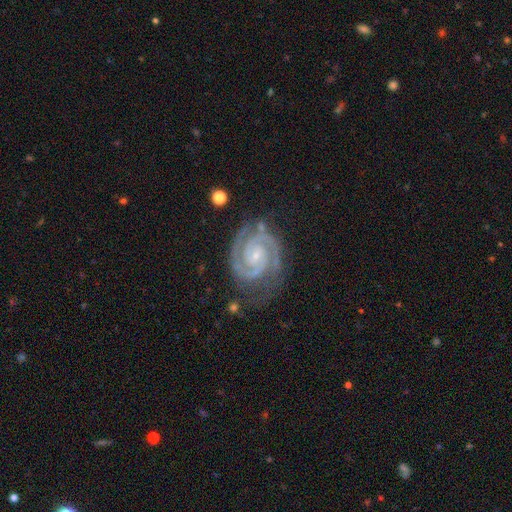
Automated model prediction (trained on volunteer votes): A featured or disk galaxy (93%) with no bar (58%), 2 (88%) tight (73%) spiral arms (99%) and a small central bulge (76%). Merging: none (73%).